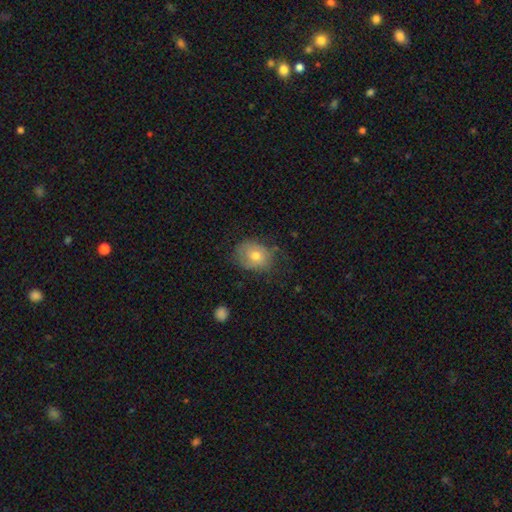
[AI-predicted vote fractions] Morphology: type=smooth (65%); roundness=in between (53%); merging=none (62%).